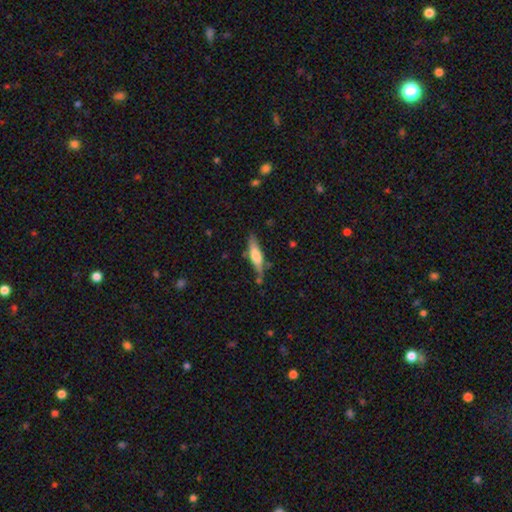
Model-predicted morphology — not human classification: Smooth or featured? smooth (53%)
How rounded? cigar-shaped (75%)
Merging? none (73%)